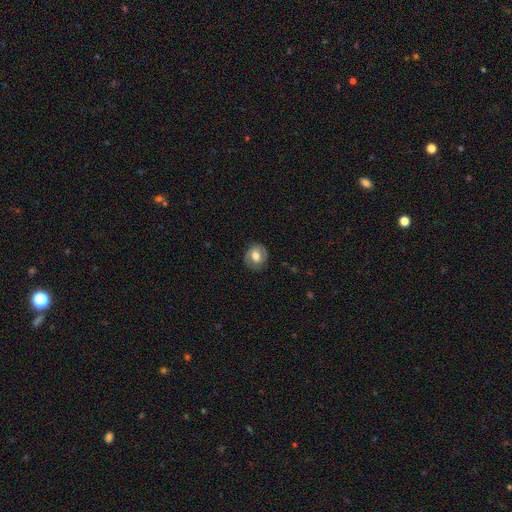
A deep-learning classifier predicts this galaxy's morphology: This appears to be a smooth galaxy with no disk features (53%) that is round (72%). Merging: none (81%).